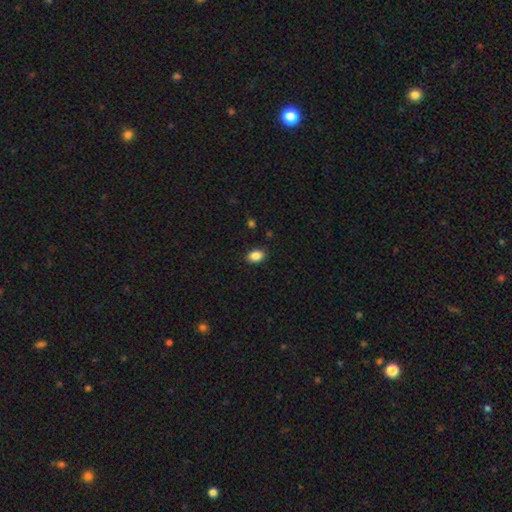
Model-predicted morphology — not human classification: A smooth galaxy with no disk features (88%) that is in between round and cigar-shaped (79%). Merging: none (88%).